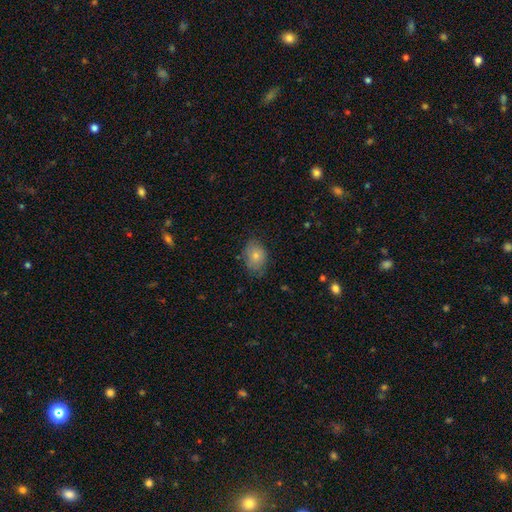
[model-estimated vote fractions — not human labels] Smooth or featured?
  - smooth: 72% *
  - featured or disk: 18%
  - star or artifact: 11%
How rounded?
  - in between: 69% *
  - round: 29%
  - cigar-shaped: 1%
Merging?
  - none: 75% *
  - minor disturbance: 20%
  - major disturbance: 5%
  - merger: 1%